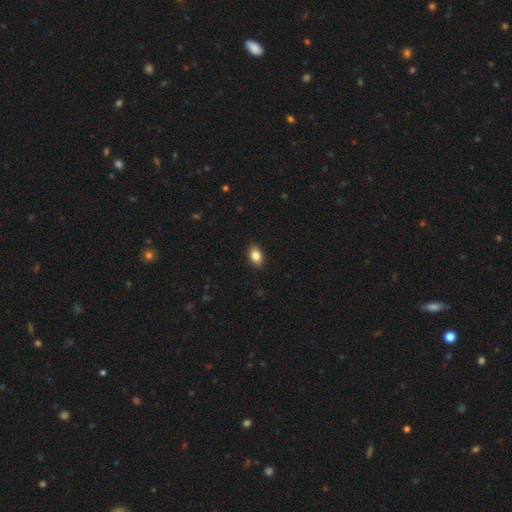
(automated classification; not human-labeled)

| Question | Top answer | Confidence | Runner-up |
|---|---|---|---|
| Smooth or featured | smooth | 85% | star or artifact (8%) |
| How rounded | in between | 86% | round (12%) |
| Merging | none | 89% | minor disturbance (8%) |